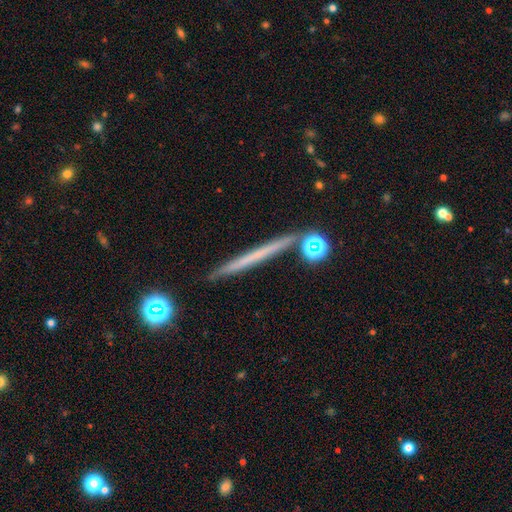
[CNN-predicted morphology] Smooth or featured? Predicted: featured or disk (p=0.48). Merging? Predicted: none (p=0.85).